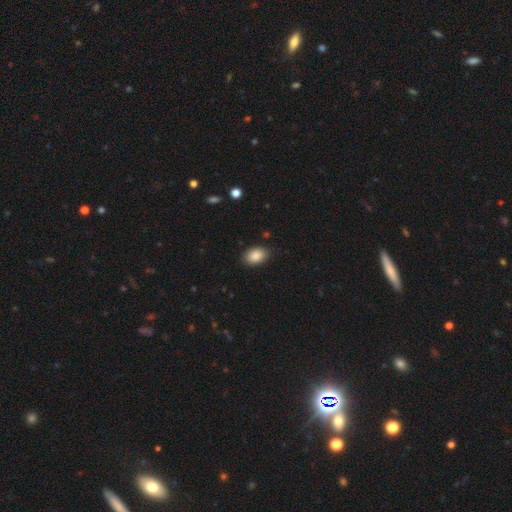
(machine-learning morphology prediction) type=smooth (87%); roundness=in between (84%); merging=none (85%).